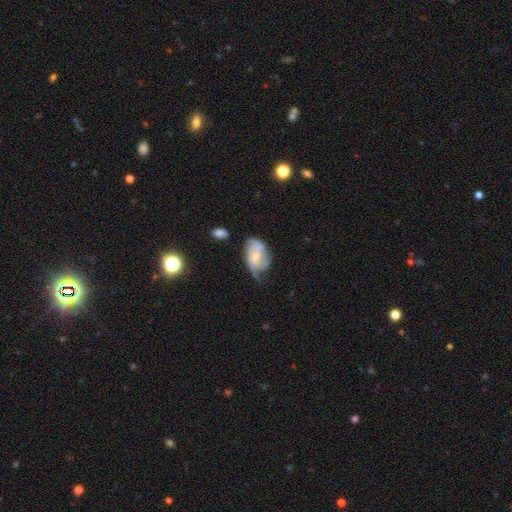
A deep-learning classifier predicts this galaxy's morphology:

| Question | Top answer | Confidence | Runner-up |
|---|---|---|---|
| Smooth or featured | featured or disk | 69% | smooth (25%) |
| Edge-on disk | no | 96% | yes (4%) |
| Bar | no | 68% | weak (28%) |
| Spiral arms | yes | 88% | no (12%) |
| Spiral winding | medium | 43% | tight (32%) |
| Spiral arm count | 2 | 33% | 3 (26%) |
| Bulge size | moderate | 47% | small (43%) |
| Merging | none | 43% | minor disturbance (33%) |